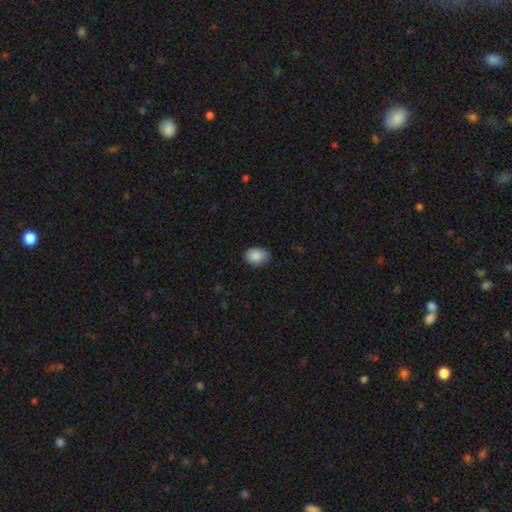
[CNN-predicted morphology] This appears to be a smooth galaxy with no disk features (88%) that is in between round and cigar-shaped (72%). Merging: none (74%).